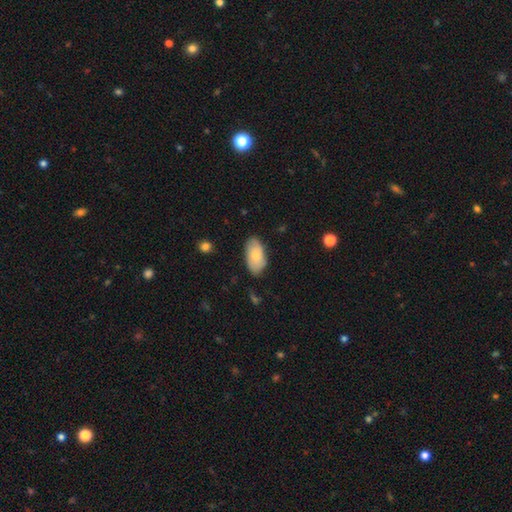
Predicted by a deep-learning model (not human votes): Smooth or featured? Predicted: smooth (p=0.80). How rounded? Predicted: in between (p=0.95). Merging? Predicted: none (p=0.80).